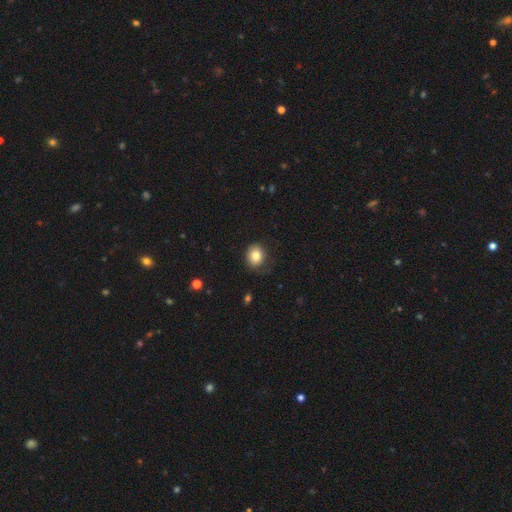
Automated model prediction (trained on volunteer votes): A smooth galaxy with no disk features (82%) that is round (69%).

Vote fractions:
- Smooth or featured? smooth: 82% / star or artifact: 10% / featured or disk: 8%
- How rounded? round: 69% / in between: 30% / cigar-shaped: 1%
- Merging? none: 76% / minor disturbance: 18% / major disturbance: 5% / merger: 1%